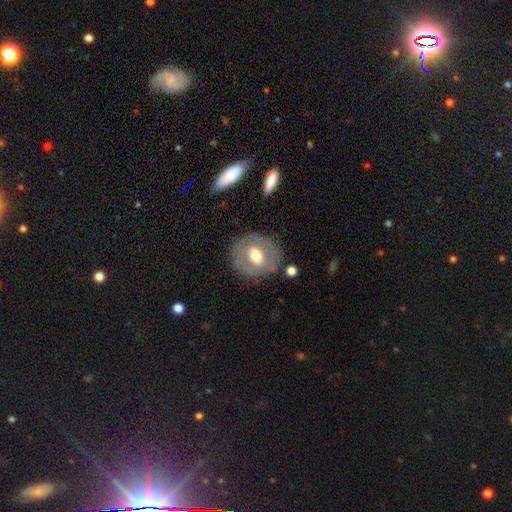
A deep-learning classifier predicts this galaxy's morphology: Smooth or featured: featured or disk — 47% (smooth — 46%)
Merging: none — 80% (minor disturbance — 13%)